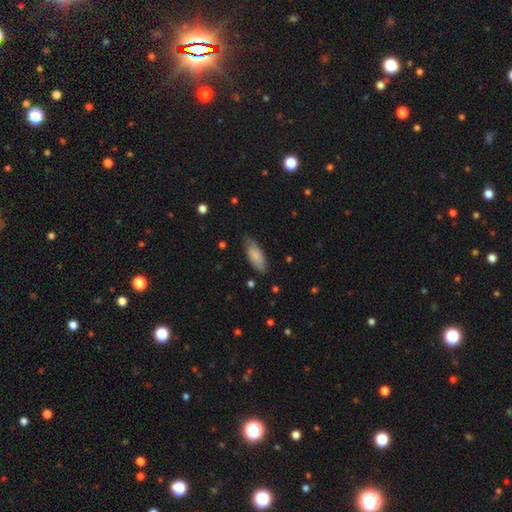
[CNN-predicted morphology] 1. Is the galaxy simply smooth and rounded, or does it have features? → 80% smooth, 14% featured or disk, 6% star or artifact.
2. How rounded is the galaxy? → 80% in between, 18% cigar-shaped, 2% round.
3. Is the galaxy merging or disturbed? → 77% none, 19% minor disturbance, 3% major disturbance, 1% merger.